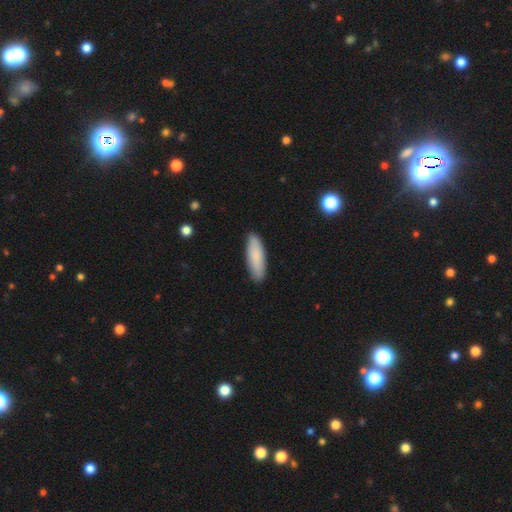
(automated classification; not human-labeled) Smooth or featured? Predicted: smooth (p=0.86). How rounded? Predicted: in between (p=0.50). Merging? Predicted: none (p=0.90).